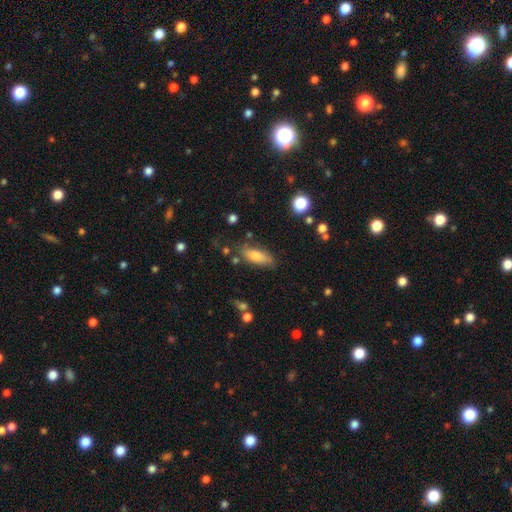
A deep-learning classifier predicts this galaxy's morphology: smooth_or_featured: smooth (p=0.77) [alt: featured or disk p=0.15]
how_rounded: in between (p=0.69) [alt: cigar-shaped p=0.28]
merging: none (p=0.72) [alt: minor disturbance p=0.19]